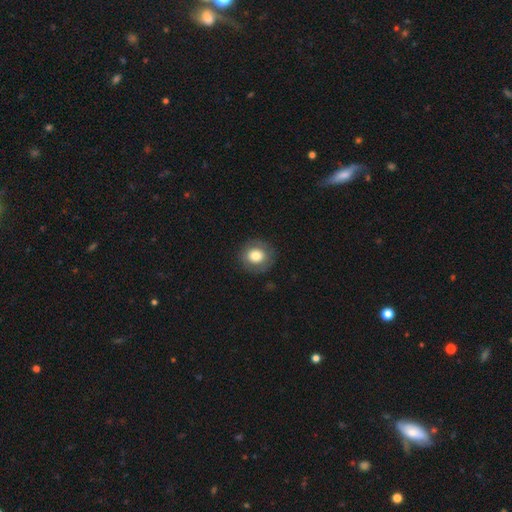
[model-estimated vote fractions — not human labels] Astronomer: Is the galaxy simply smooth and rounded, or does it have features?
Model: smooth — 72%.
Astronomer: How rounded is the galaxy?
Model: round — 87%.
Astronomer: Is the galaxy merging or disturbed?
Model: none — 85%.